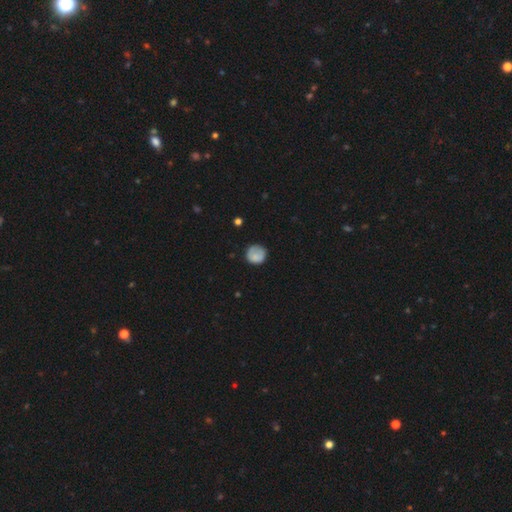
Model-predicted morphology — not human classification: This appears to be a smooth galaxy with no disk features (78%) that is round (90%). Merging: none (72%).